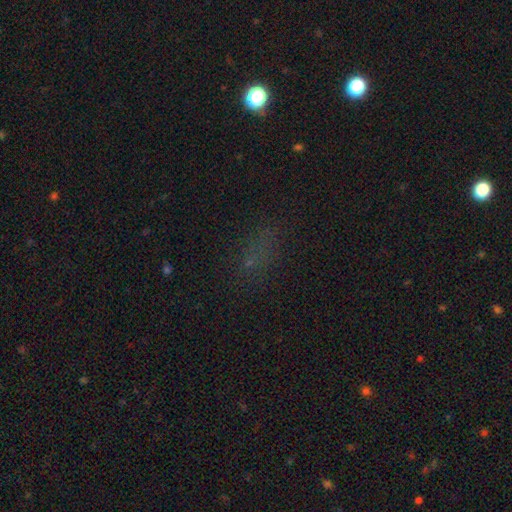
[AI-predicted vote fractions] This appears to be a smooth galaxy with no disk features (46%). Merging: none (69%).